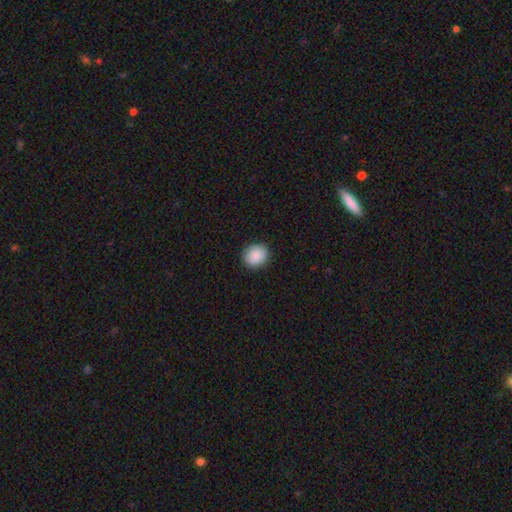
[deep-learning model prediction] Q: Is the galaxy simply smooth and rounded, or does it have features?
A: smooth — 89%.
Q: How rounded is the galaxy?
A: round — 74%.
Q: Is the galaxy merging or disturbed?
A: none — 90%.